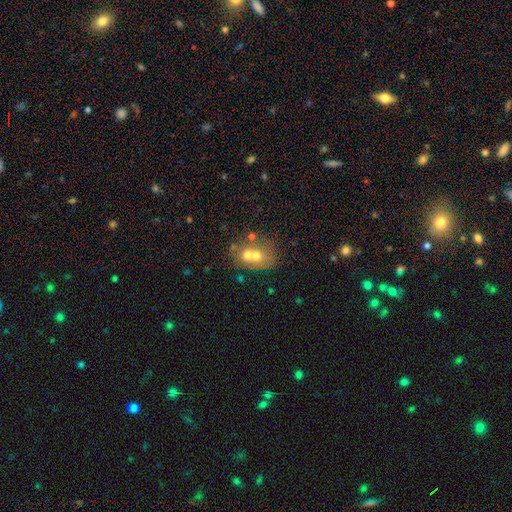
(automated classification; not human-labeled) Q: Smooth or featured?
A: smooth (51%); runner-up: featured or disk (32%)
Q: How rounded?
A: in between (51%); runner-up: round (48%)
Q: Merging?
A: merger (53%); runner-up: none (32%)